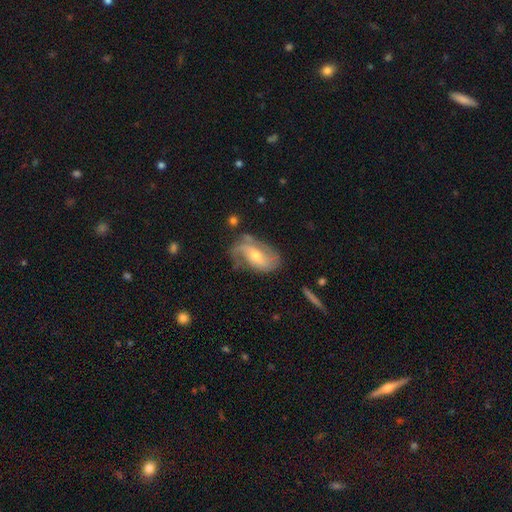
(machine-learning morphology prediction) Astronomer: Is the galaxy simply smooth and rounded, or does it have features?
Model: featured or disk — 76%.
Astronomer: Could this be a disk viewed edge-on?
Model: no — 95%.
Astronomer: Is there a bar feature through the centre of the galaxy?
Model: no — 42% (runner-up: weak, 41%).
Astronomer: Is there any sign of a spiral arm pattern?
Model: yes — 89%.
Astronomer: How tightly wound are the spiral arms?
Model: loose — 41% (runner-up: medium, 39%).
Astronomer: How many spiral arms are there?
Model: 2 — 59%.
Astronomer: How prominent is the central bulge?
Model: moderate — 57% (runner-up: small, 37%).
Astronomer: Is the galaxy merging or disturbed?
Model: none — 55%.